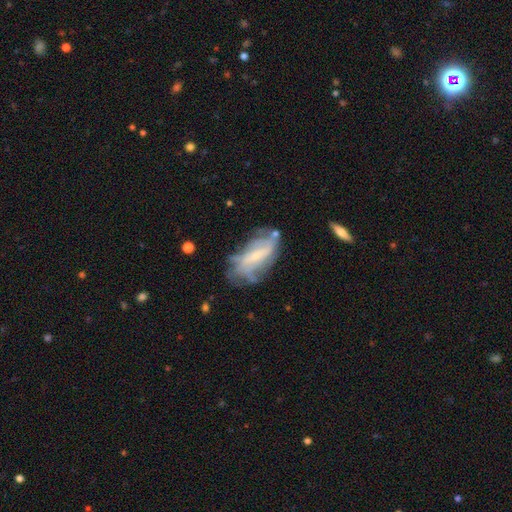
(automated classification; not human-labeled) Q: Smooth or featured?
A: featured or disk (72%); runner-up: smooth (20%)
Q: Edge-on disk?
A: no (91%); runner-up: yes (9%)
Q: Bar?
A: weak (44%); runner-up: no (33%)
Q: Spiral arms?
A: yes (77%); runner-up: no (23%)
Q: Bulge size?
A: small (63%); runner-up: moderate (23%)
Q: Merging?
A: none (56%); runner-up: minor disturbance (24%)